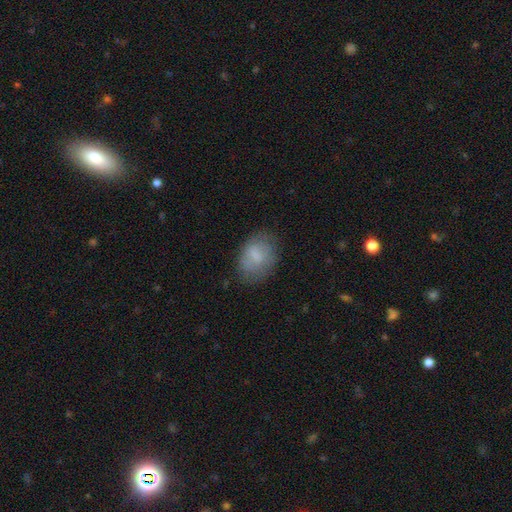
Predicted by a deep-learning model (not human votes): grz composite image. It shows a smooth galaxy with no disk features (72%) that is in between round and cigar-shaped (77%). Merging: none (66%).